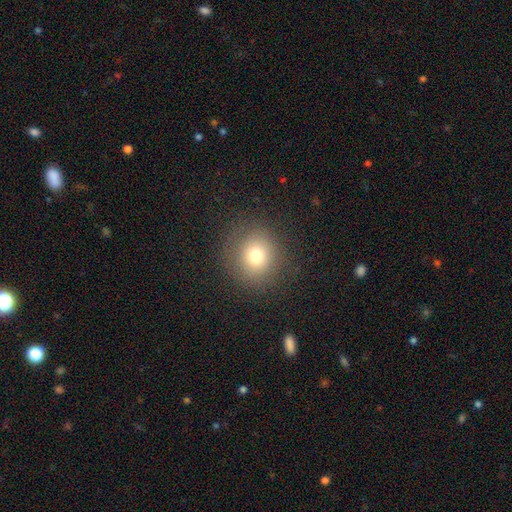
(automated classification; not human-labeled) Overall: smooth (74%). How rounded: round (88%). Merging: none (85%).